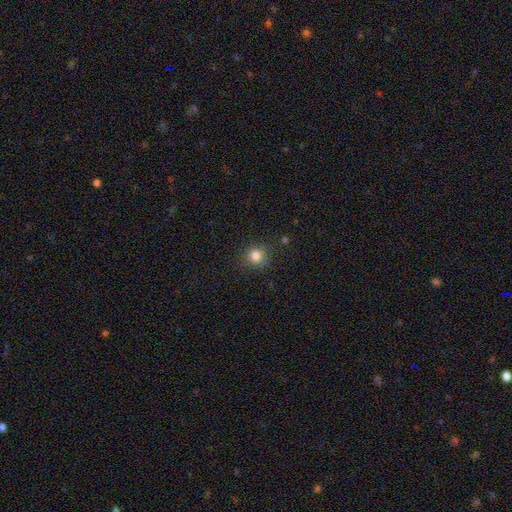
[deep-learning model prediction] smooth_or_featured: smooth (p=0.82) [alt: star or artifact p=0.13]
how_rounded: round (p=0.90) [alt: in between p=0.09]
merging: none (p=0.86) [alt: minor disturbance p=0.10]